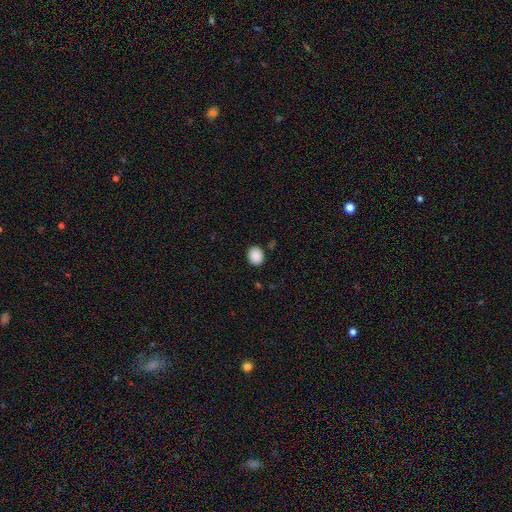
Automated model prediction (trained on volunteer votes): smooth-or-featured: smooth: 89% | star or artifact: 8% | featured or disk: 3%
  how-rounded: round: 51% | in between: 48% | cigar-shaped: 1%
  merging: none: 88% | minor disturbance: 8% | major disturbance: 2% | merger: 2%